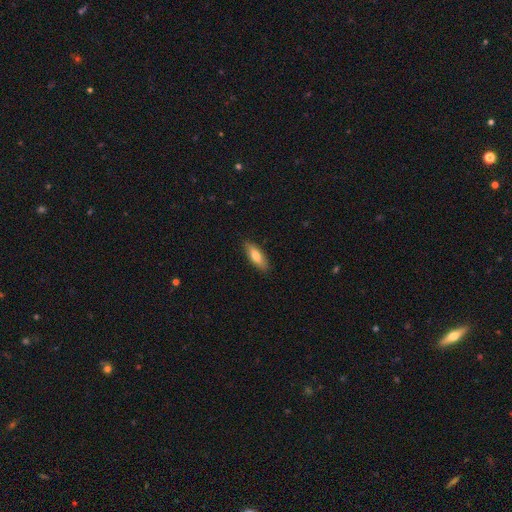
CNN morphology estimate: The model was most divided on "how rounded": in between: 61%, cigar-shaped: 37%, round: 2%. More confident: merging — none (87%); smooth or featured — smooth (72%).